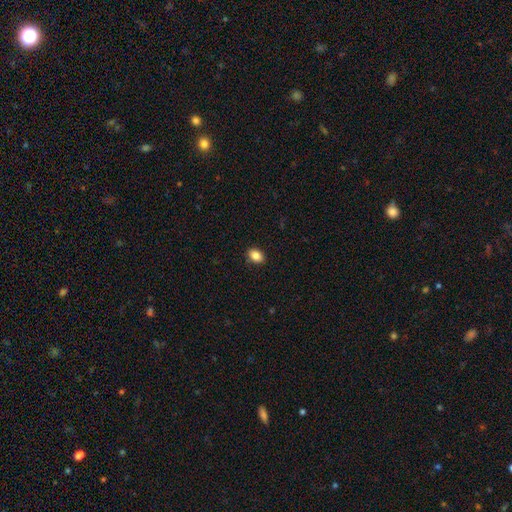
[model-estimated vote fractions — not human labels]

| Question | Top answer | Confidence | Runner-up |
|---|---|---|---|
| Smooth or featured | smooth | 86% | star or artifact (9%) |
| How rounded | in between | 78% | round (21%) |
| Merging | none | 90% | minor disturbance (7%) |